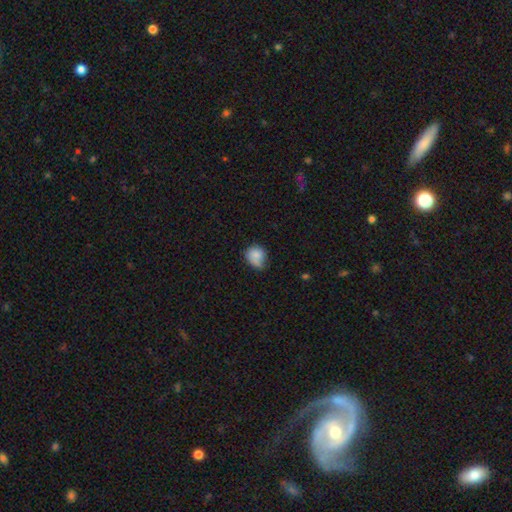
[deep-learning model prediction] Q: Smooth or featured?
A: smooth (79%); runner-up: featured or disk (13%)
Q: How rounded?
A: round (68%); runner-up: in between (31%)
Q: Merging?
A: none (45%); runner-up: minor disturbance (37%)